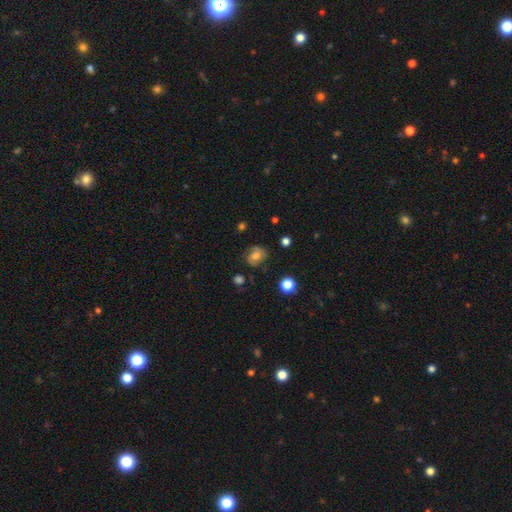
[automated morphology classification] A smooth galaxy with no disk features (50%) that is round (54%).

Vote fractions:
- Smooth or featured? smooth: 50% / featured or disk: 37% / star or artifact: 13%
- How rounded? round: 54% / in between: 45% / cigar-shaped: 1%
- Merging? none: 66% / minor disturbance: 22% / major disturbance: 10% / merger: 3%